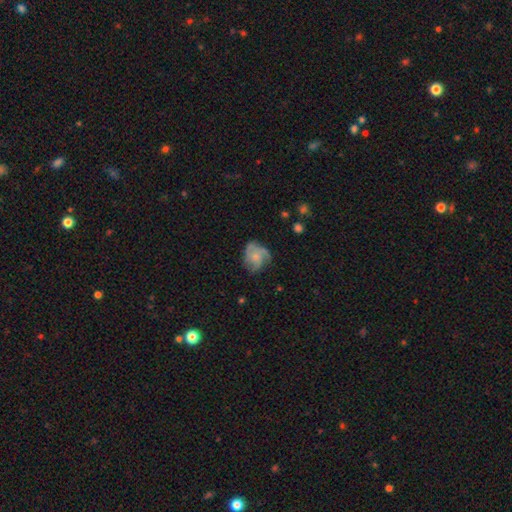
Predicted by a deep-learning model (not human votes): smooth_or_featured: featured or disk (p=0.61) [alt: smooth p=0.31]
disk_edge_on: no (p=0.98) [alt: yes p=0.02]
bar: no (p=0.81) [alt: weak p=0.17]
has_spiral_arms: yes (p=0.87) [alt: no p=0.13]
spiral_winding: medium (p=0.45) [alt: tight p=0.33]
spiral_arm_count: 3 (p=0.46) [alt: can't tell p=0.18]
bulge_size: small (p=0.62) [alt: moderate p=0.24]
merging: none (p=0.60) [alt: minor disturbance p=0.25]